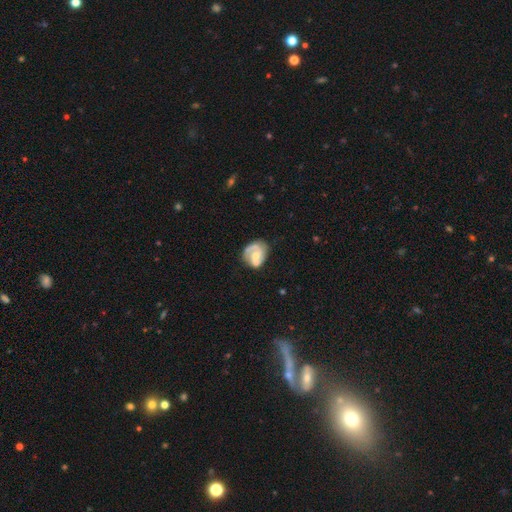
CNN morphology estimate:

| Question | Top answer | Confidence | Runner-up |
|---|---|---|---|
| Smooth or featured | featured or disk | 72% | smooth (22%) |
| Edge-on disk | no | 98% | yes (2%) |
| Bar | no | 59% | weak (34%) |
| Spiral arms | yes | 85% | no (15%) |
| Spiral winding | medium | 43% | tight (36%) |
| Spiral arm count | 2 | 61% | 1 (23%) |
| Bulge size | moderate | 53% | small (37%) |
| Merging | none | 50% | minor disturbance (23%) |